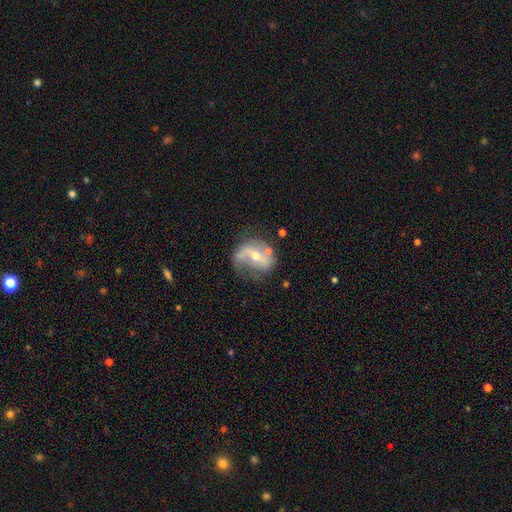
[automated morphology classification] type=featured or disk (77%); edge-on=no (95%); bar=strong (35%); spiral arms=yes (82%); winding=loose (58%); arm count=2 (77%); bulge=moderate (52%); merging=none (56%).